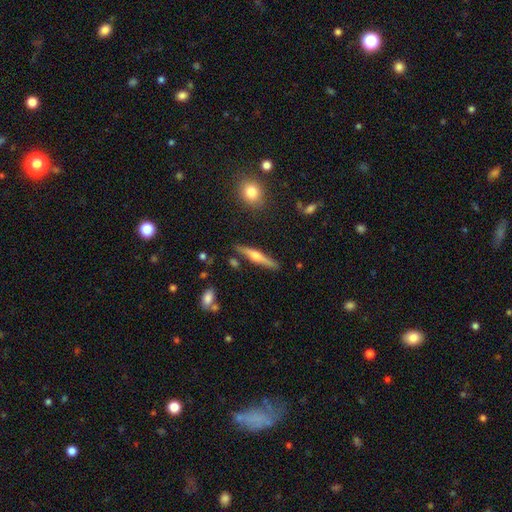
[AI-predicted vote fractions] Overall: featured or disk (63%; smooth 31%). Edge-on disk: yes (97%). Edge-on bulge: rounded (88%). Merging: none (85%).